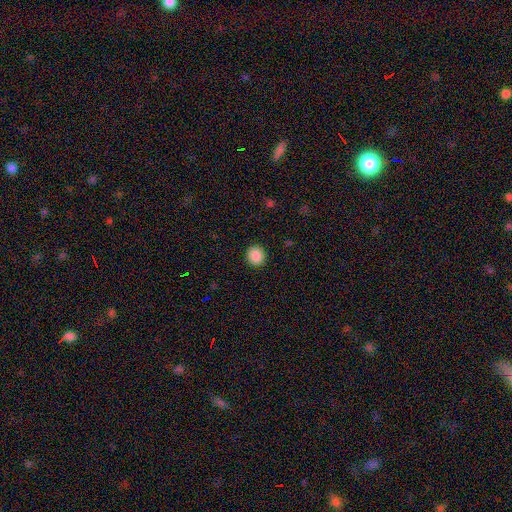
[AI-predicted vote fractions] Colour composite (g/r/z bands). It shows a smooth galaxy with no disk features (89%) that is round (87%). Merging: none (92%).